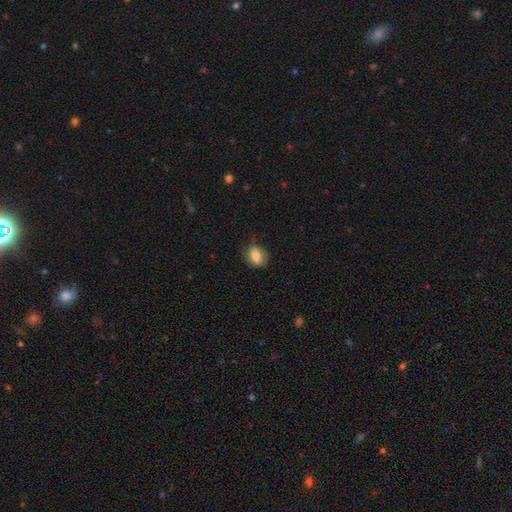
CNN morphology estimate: This appears to be a smooth galaxy with no disk features (81%) that is in between round and cigar-shaped (63%). Merging: none (76%).